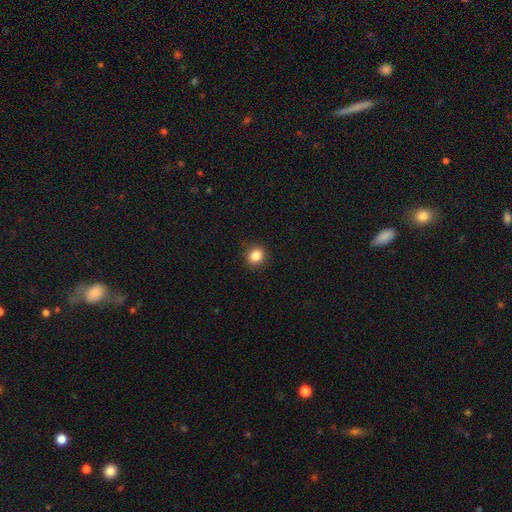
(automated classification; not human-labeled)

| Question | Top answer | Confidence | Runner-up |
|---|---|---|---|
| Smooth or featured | smooth | 85% | star or artifact (10%) |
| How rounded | round | 81% | in between (18%) |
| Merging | none | 89% | minor disturbance (8%) |